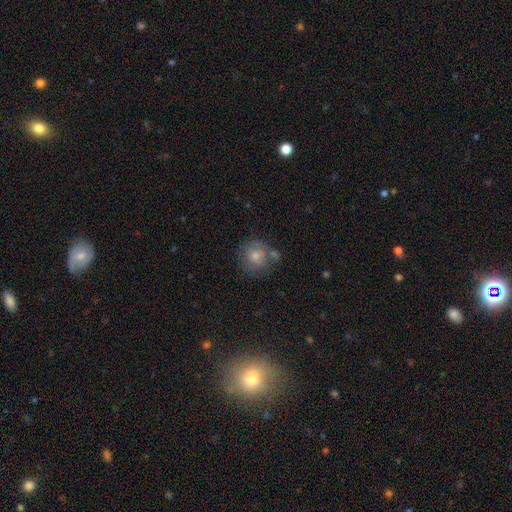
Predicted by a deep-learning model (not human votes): Q: Smooth or featured?
A: smooth (55%); runner-up: featured or disk (28%)
Q: How rounded?
A: round (87%); runner-up: in between (11%)
Q: Merging?
A: none (66%); runner-up: minor disturbance (16%)